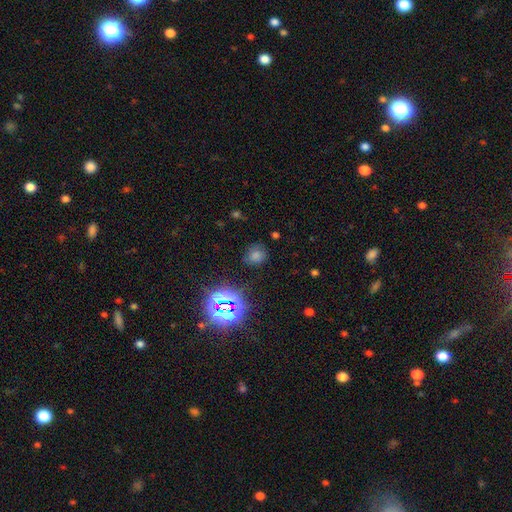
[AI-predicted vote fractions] smooth 50%, star or artifact 41%, featured or disk 9%. Down the decision tree: how rounded — round (76%); merging — none (81%).